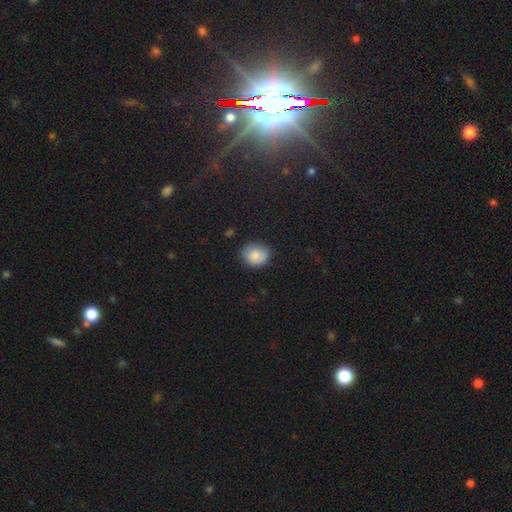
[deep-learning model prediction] A smooth galaxy with no disk features (85%) that is round (69%). Merging: none (77%).